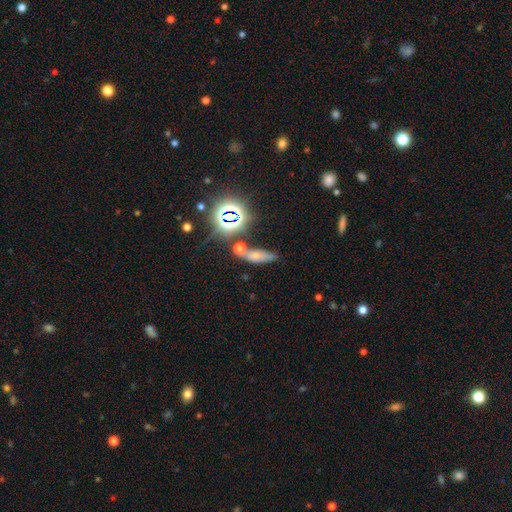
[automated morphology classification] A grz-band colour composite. It shows a smooth galaxy with no disk features (53%) that is in between round and cigar-shaped (51%). Merging: none (59%).